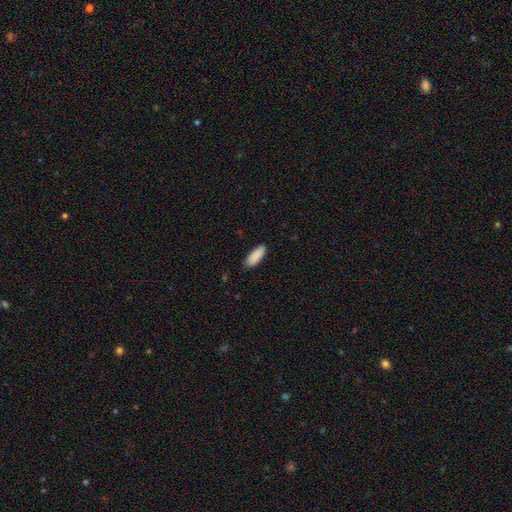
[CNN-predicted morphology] The model was most divided on "how rounded": in between: 72%, cigar-shaped: 26%, round: 2%. More confident: smooth or featured — smooth (91%); merging — none (87%).